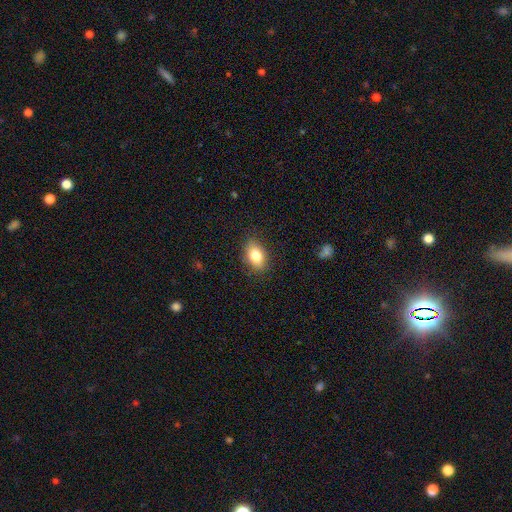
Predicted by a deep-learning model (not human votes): A smooth galaxy with no disk features (80%) that is in between round and cigar-shaped (82%). Merging: none (85%).